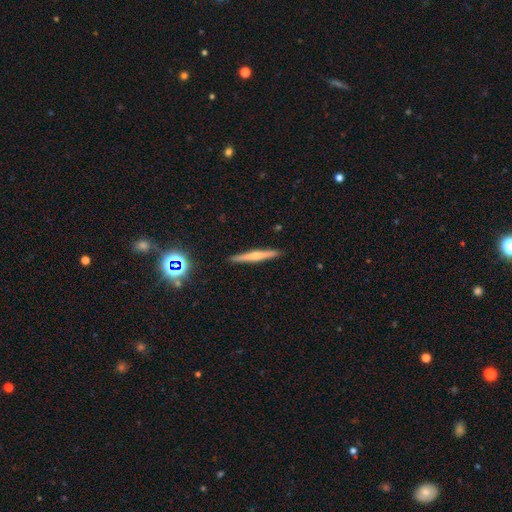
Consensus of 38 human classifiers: Smooth or featured? 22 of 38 (58%) said featured or disk. Edge-on disk? 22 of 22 (100%) said yes. Edge-on bulge? 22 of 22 (100%) said rounded. Merging? 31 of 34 (91%) said none.